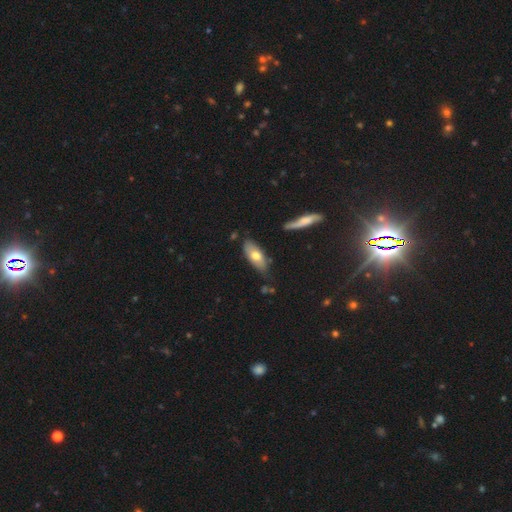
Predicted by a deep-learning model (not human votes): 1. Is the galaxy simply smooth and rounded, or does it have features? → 65% smooth, 29% featured or disk, 6% star or artifact.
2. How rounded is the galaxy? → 81% in between, 17% cigar-shaped, 2% round.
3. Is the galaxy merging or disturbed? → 70% none, 21% minor disturbance, 5% merger, 4% major disturbance.